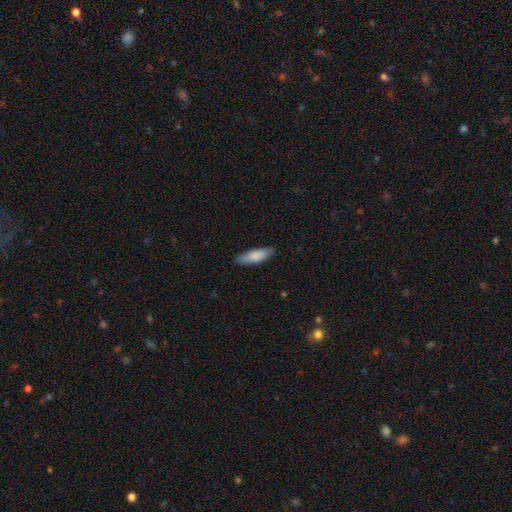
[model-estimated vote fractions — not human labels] Morphology: type=smooth (83%); roundness=in between (54%); merging=none (83%).